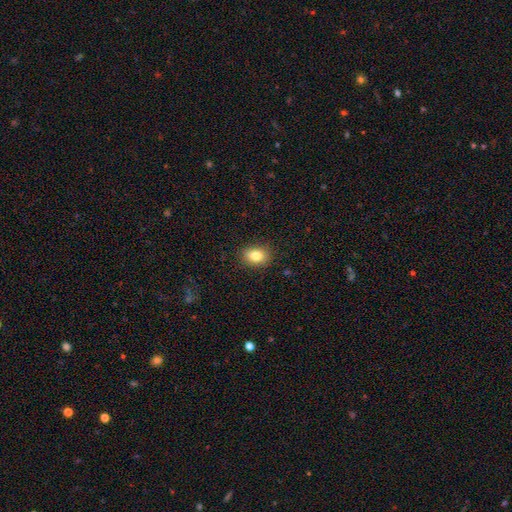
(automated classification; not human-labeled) Morphology: type=smooth (81%); roundness=in between (63%); merging=none (87%).